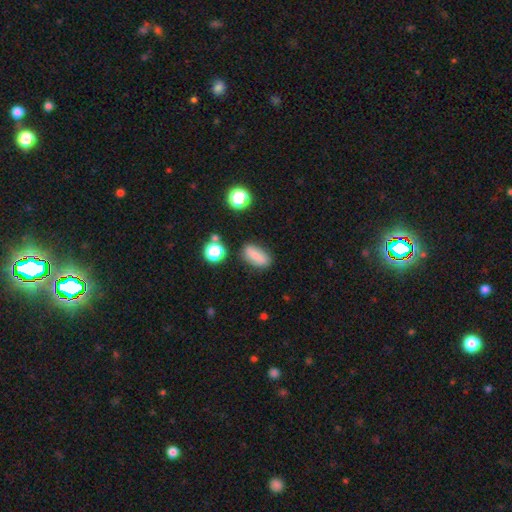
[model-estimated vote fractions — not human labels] smooth-or-featured: smooth: 78% | featured or disk: 11% | star or artifact: 10%
  how-rounded: in between: 76% | cigar-shaped: 17% | round: 7%
  merging: none: 80% | minor disturbance: 13% | major disturbance: 4% | merger: 3%